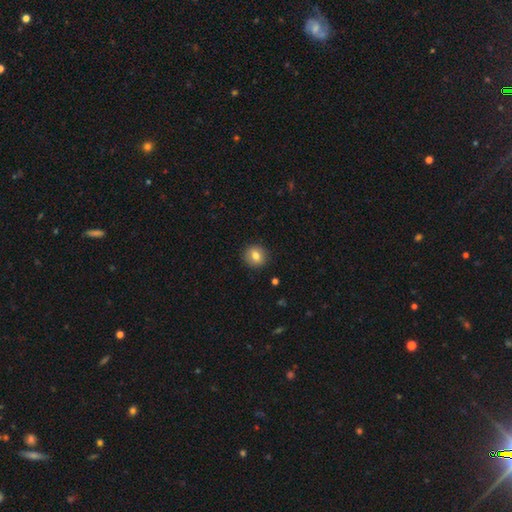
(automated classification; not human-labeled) Q: Smooth or featured?
A: smooth (77%); runner-up: featured or disk (14%)
Q: How rounded?
A: round (88%); runner-up: in between (11%)
Q: Merging?
A: none (91%); runner-up: minor disturbance (6%)